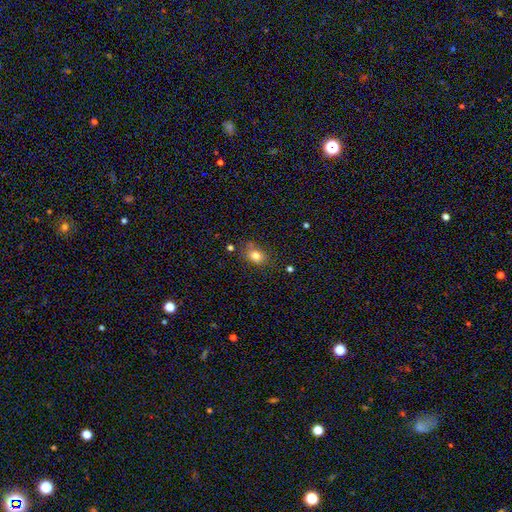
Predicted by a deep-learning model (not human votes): Overall: smooth (80%). How rounded: in between (57%; round 41%). Merging: none (72%).